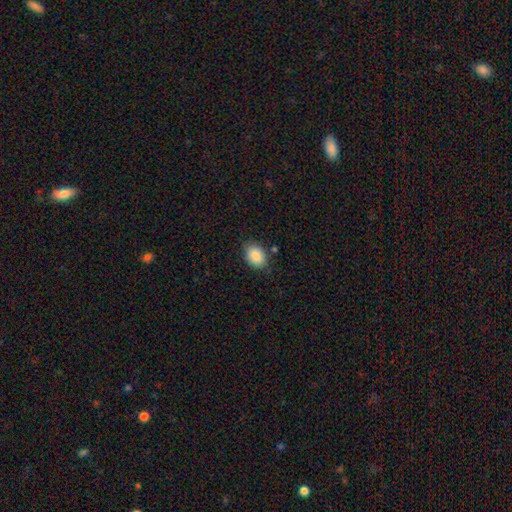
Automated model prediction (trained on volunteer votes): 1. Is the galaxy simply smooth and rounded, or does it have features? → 88% smooth, 7% star or artifact, 5% featured or disk.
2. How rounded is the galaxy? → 76% in between, 23% round, 1% cigar-shaped.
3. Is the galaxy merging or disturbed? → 80% none, 14% minor disturbance, 3% major disturbance, 2% merger.